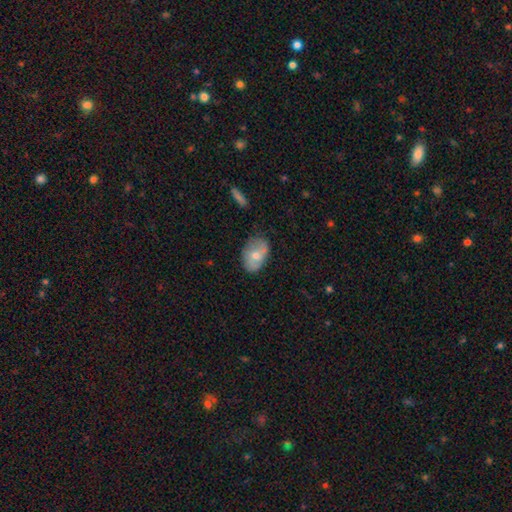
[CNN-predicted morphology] A smooth galaxy with no disk features (55%) that is in between round and cigar-shaped (85%). Merging: none (69%).